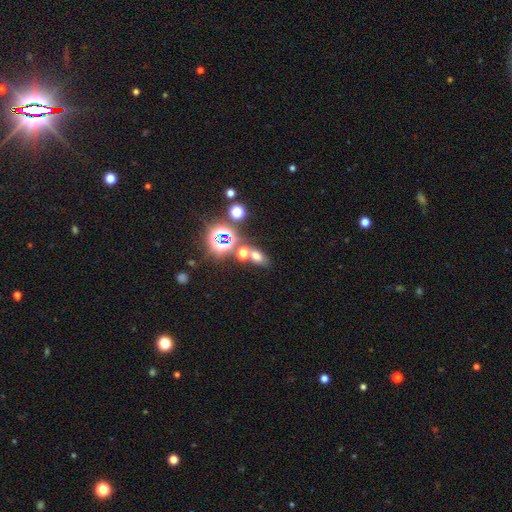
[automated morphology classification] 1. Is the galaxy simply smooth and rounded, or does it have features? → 57% smooth, 33% star or artifact, 11% featured or disk.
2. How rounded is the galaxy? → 71% in between, 25% round, 3% cigar-shaped.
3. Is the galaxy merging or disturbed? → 60% none, 24% merger, 11% minor disturbance, 5% major disturbance.